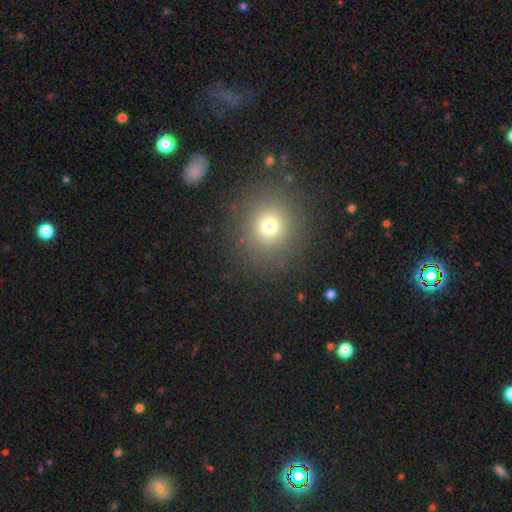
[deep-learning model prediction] smooth_or_featured: smooth (p=0.66) [alt: star or artifact p=0.26]
how_rounded: round (p=0.87) [alt: in between p=0.12]
merging: none (p=0.89) [alt: minor disturbance p=0.07]